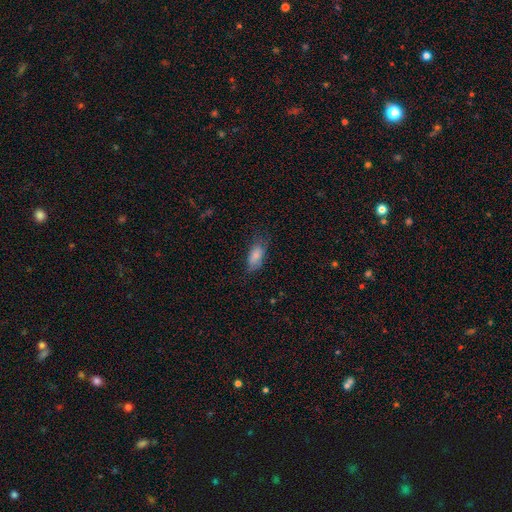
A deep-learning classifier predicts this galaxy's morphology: smooth_or_featured: smooth (p=0.80) [alt: featured or disk p=0.12]
how_rounded: in between (p=0.87) [alt: cigar-shaped p=0.09]
merging: none (p=0.58) [alt: minor disturbance p=0.29]